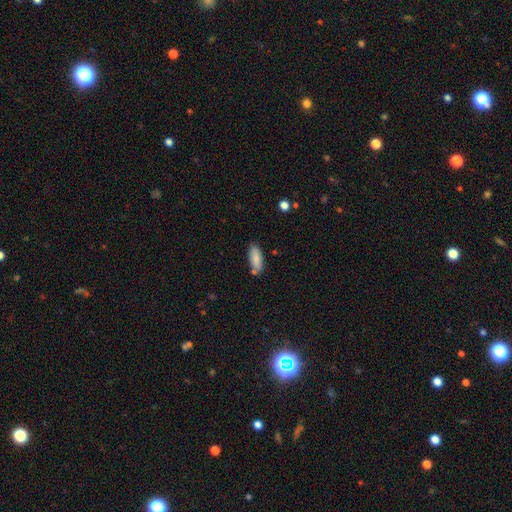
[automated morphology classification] type=smooth (84%); roundness=in between (77%); merging=none (76%).